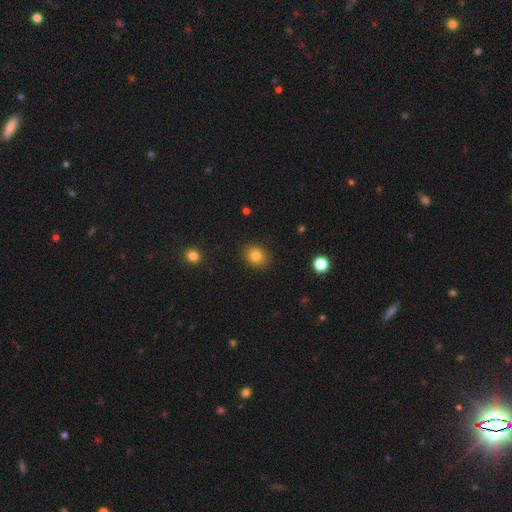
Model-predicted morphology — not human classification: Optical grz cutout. It shows a smooth galaxy with no disk features (82%) that is round (70%). Merging: none (90%).